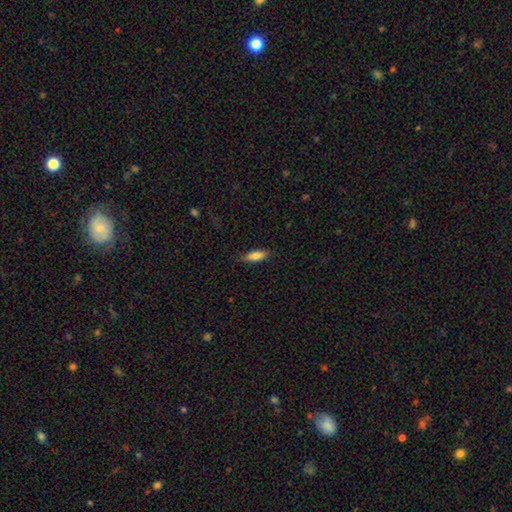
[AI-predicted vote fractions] smooth 77%, featured or disk 17%, star or artifact 7%. Down the decision tree: how rounded — in between (54%); merging — none (82%).